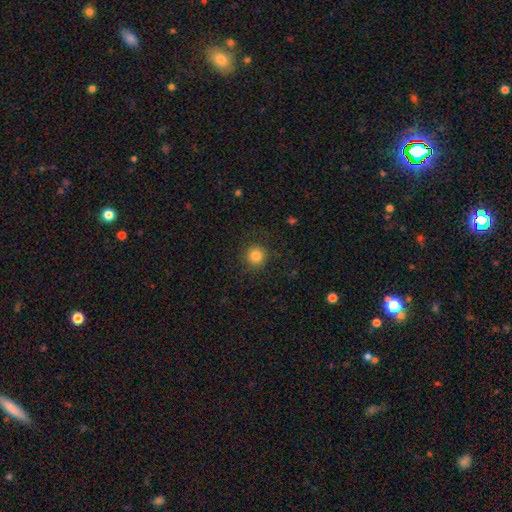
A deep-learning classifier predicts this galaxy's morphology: Smooth or featured? smooth (83%)
How rounded? round (94%)
Merging? none (89%)